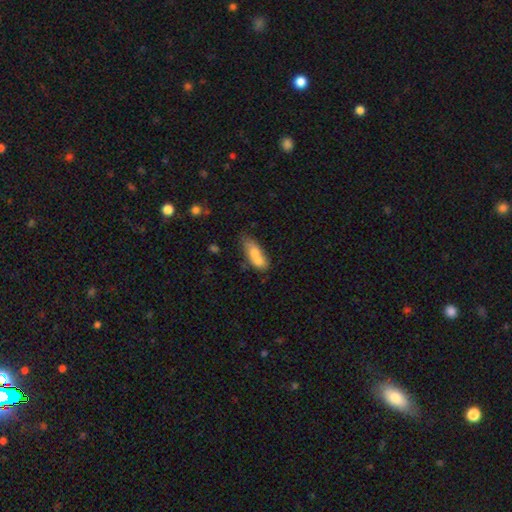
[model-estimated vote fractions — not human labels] The model was most divided on "merging": merger: 47%, none: 31%, minor disturbance: 15%, major disturbance: 7%. More confident: how rounded — in between (69%); smooth or featured — smooth (66%).